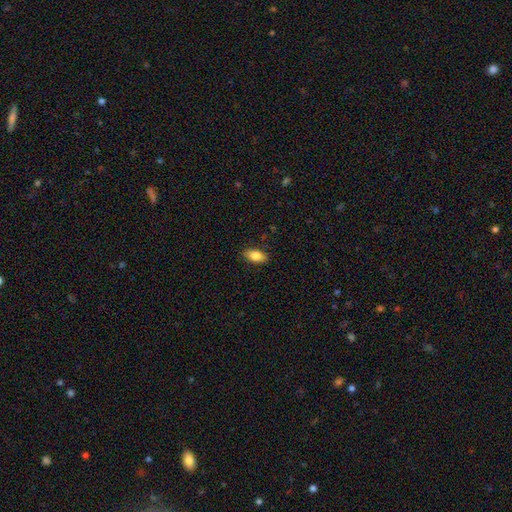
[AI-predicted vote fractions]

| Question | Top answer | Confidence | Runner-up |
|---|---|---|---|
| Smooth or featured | smooth | 82% | featured or disk (11%) |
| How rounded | in between | 89% | cigar-shaped (8%) |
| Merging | none | 88% | minor disturbance (9%) |